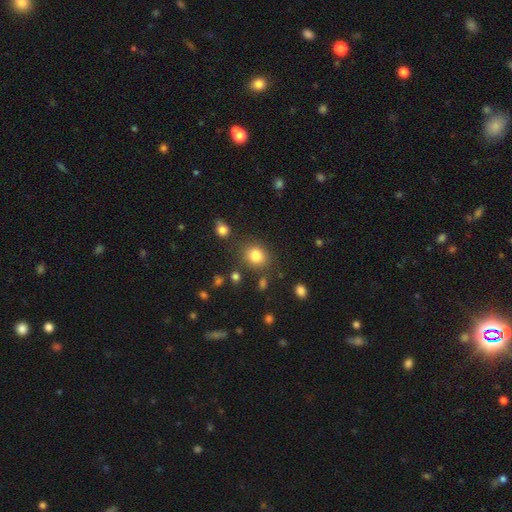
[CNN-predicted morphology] A smooth galaxy with no disk features (82%) that is round (68%). Merging: none (78%).